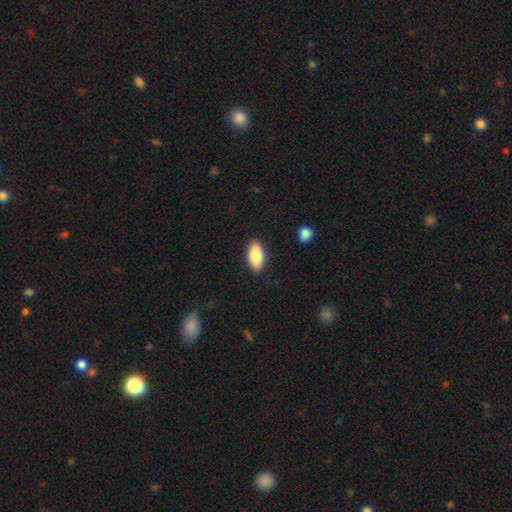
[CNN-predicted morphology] Smooth or featured? Predicted: smooth (p=0.82). How rounded? Predicted: in between (p=0.88). Merging? Predicted: none (p=0.89).